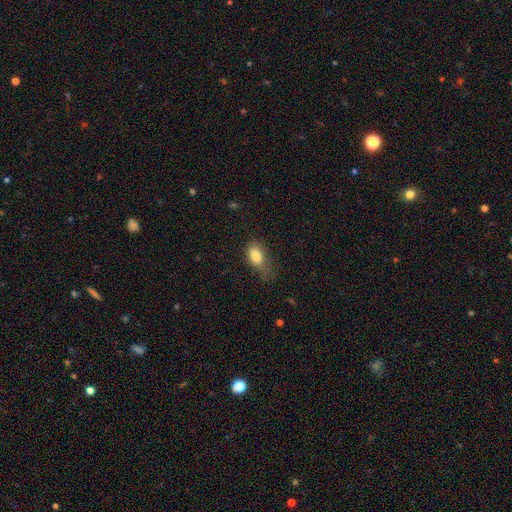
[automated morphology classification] Smooth or featured?
  - smooth: 84% *
  - star or artifact: 9%
  - featured or disk: 8%
How rounded?
  - in between: 86% *
  - round: 11%
  - cigar-shaped: 3%
Merging?
  - none: 42% *
  - minor disturbance: 34%
  - major disturbance: 22%
  - merger: 2%